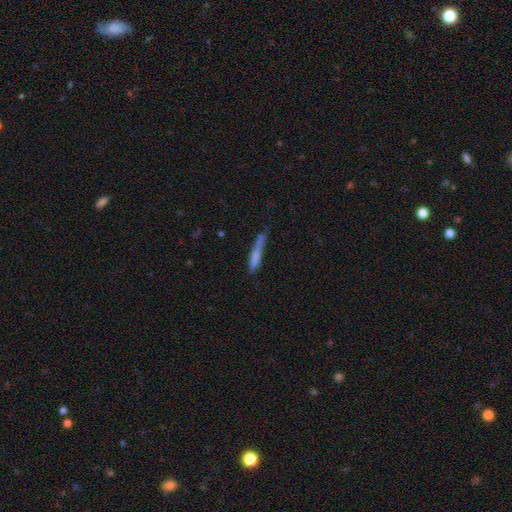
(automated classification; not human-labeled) The model was most divided on "smooth or featured": smooth: 66%, featured or disk: 27%, star or artifact: 8%. More confident: how rounded — cigar-shaped (94%); merging — none (64%).